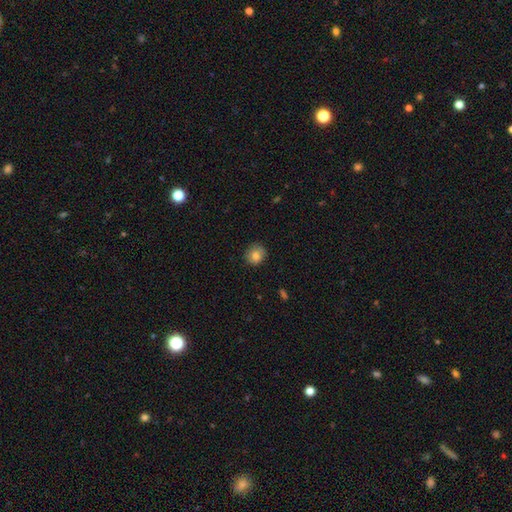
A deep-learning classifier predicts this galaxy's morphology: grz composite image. It shows a smooth galaxy with no disk features (81%) that is round (83%). Merging: none (82%).